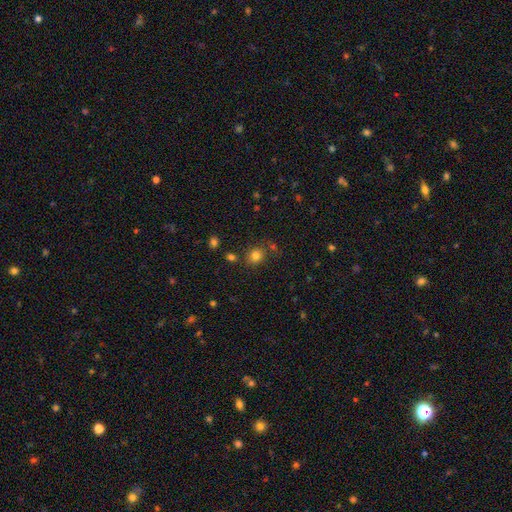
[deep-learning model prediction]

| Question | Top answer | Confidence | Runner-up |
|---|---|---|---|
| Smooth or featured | smooth | 79% | star or artifact (15%) |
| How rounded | round | 79% | in between (20%) |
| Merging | none | 76% | minor disturbance (12%) |